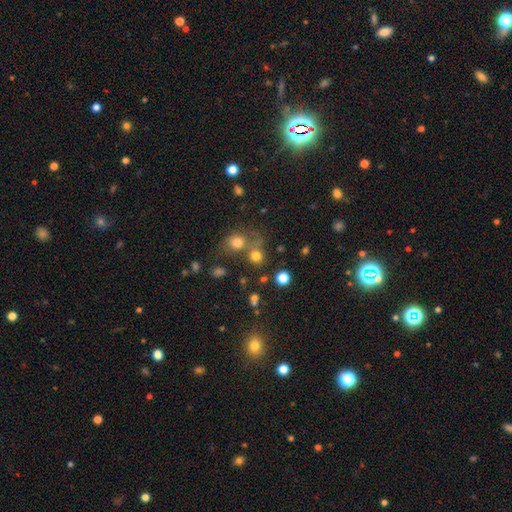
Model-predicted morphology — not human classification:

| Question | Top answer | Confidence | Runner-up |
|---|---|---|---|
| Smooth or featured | smooth | 76% | star or artifact (16%) |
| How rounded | round | 85% | in between (14%) |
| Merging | none | 56% | merger (29%) |